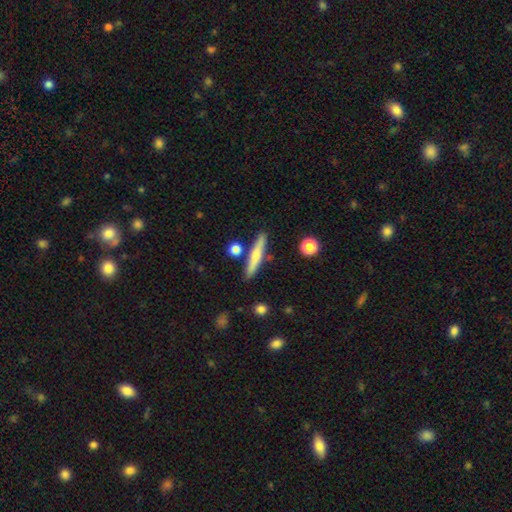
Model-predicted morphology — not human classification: Smooth or featured?
  - smooth: 55% *
  - featured or disk: 38%
  - star or artifact: 6%
How rounded?
  - cigar-shaped: 91% *
  - in between: 7%
  - round: 3%
Merging?
  - none: 82% *
  - minor disturbance: 10%
  - merger: 6%
  - major disturbance: 2%